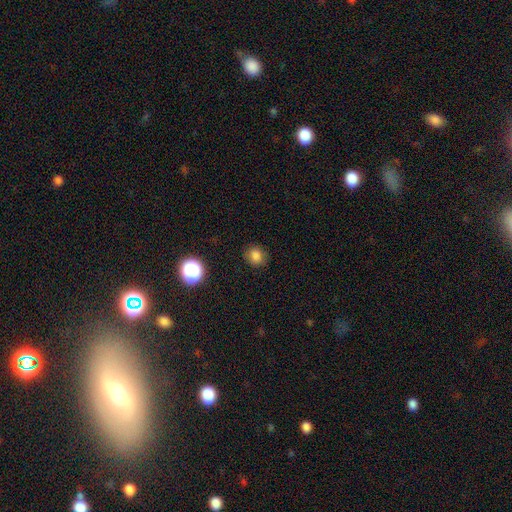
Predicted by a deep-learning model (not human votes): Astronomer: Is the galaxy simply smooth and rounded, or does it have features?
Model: smooth — 81%.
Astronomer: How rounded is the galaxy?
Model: round — 78%.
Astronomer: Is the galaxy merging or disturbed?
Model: none — 86%.